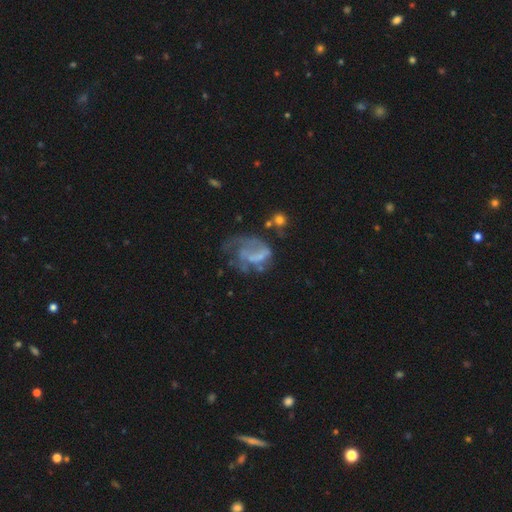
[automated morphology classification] Smooth or featured? featured or disk (61%)
Edge-on disk? no (97%)
Bar? no (64%)
Spiral arms? no (54%)
Bulge size? none (63%)
Merging? major disturbance (46%)